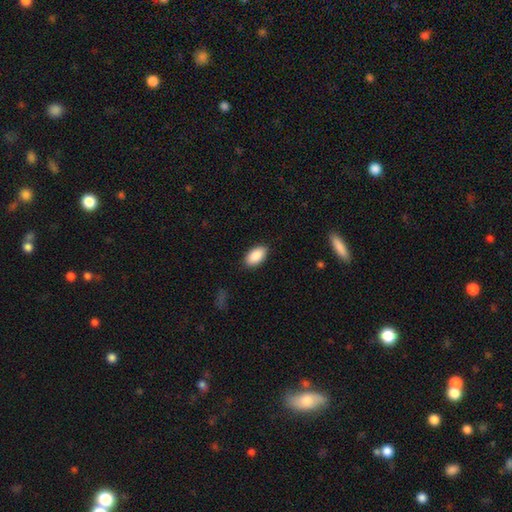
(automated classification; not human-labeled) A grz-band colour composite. It shows a smooth galaxy with no disk features (90%) that is in between round and cigar-shaped (95%). Merging: none (88%).